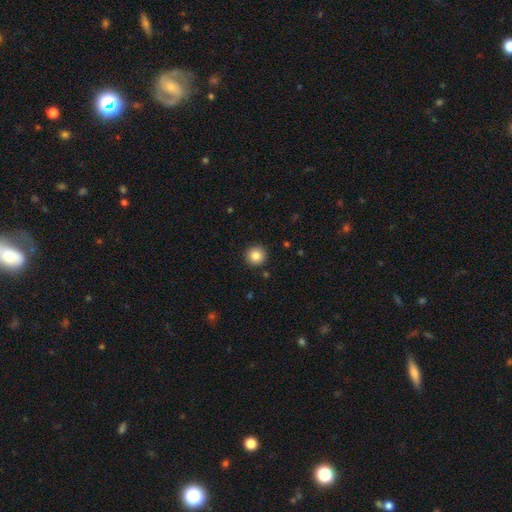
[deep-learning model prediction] A smooth galaxy with no disk features (85%) that is round (95%).

Vote fractions:
- Smooth or featured? smooth: 85% / star or artifact: 10% / featured or disk: 5%
- How rounded? round: 95% / in between: 4% / cigar-shaped: 1%
- Merging? none: 92% / minor disturbance: 5% / major disturbance: 2% / merger: 1%